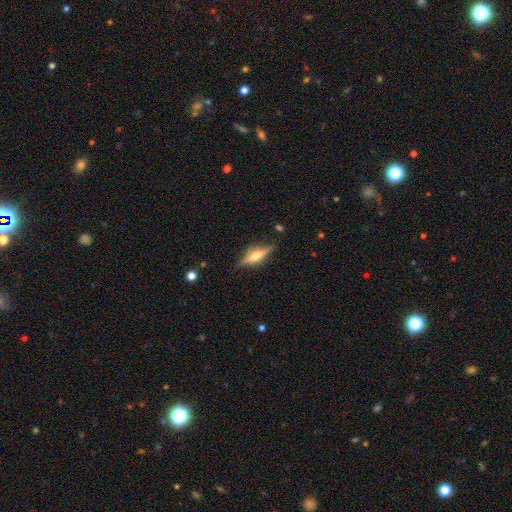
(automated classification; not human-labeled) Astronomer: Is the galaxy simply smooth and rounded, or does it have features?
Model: featured or disk — 59%.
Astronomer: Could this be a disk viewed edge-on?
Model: yes — 94%.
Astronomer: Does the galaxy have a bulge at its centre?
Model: rounded — 75%.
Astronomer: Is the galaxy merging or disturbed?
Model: none — 81%.